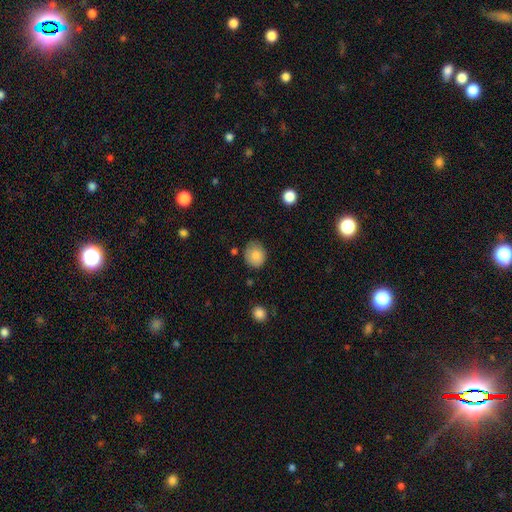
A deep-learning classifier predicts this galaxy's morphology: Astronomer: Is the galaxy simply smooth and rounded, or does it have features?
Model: smooth — 85%.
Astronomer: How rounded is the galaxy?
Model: round — 75%.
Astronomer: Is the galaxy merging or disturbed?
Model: none — 74%.